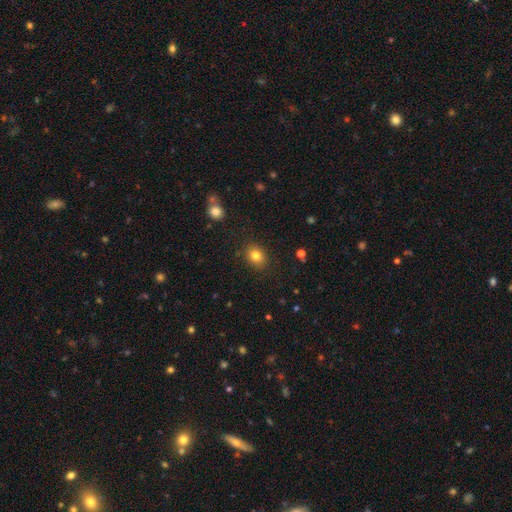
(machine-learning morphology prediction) smooth 81%, star or artifact 11%, featured or disk 7%. Down the decision tree: how rounded — round (52%); merging — none (87%).